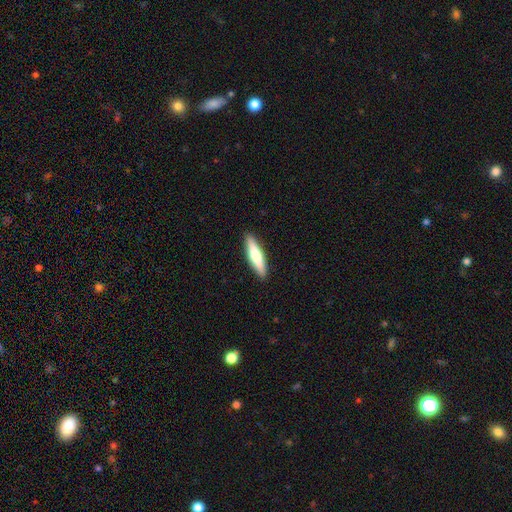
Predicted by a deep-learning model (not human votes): smooth_or_featured: smooth (p=0.66) [alt: featured or disk p=0.29]
how_rounded: cigar-shaped (p=0.79) [alt: in between p=0.20]
merging: none (p=0.91) [alt: minor disturbance p=0.07]